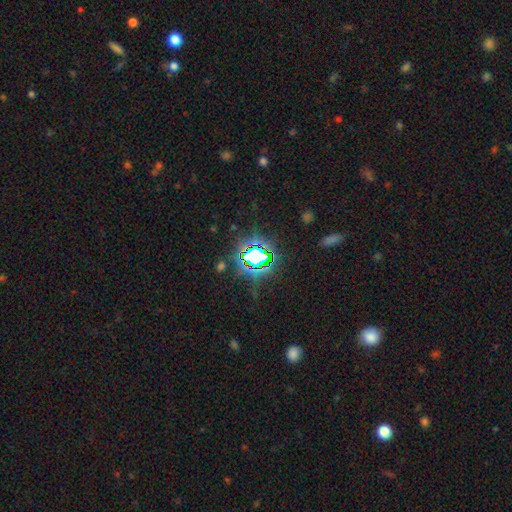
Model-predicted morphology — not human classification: Smooth or featured?
  - star or artifact: 74% *
  - smooth: 16%
  - featured or disk: 10%